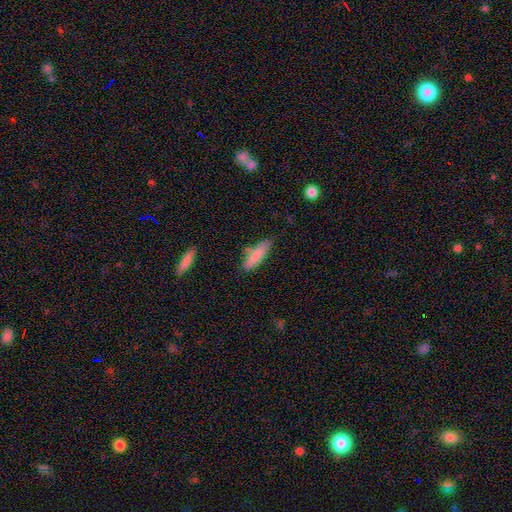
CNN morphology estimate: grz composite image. It shows a smooth galaxy with no disk features (83%) that is cigar-shaped (57%). Merging: none (72%).